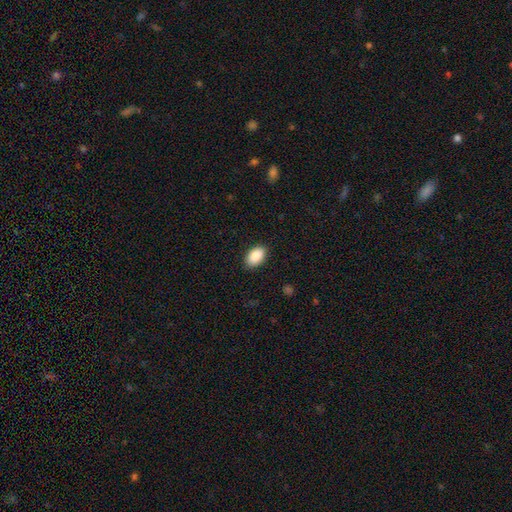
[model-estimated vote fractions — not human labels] smooth-or-featured: smooth: 90% | star or artifact: 7% | featured or disk: 4%
  how-rounded: in between: 93% | round: 6% | cigar-shaped: 1%
  merging: none: 89% | minor disturbance: 8% | major disturbance: 2% | merger: 1%